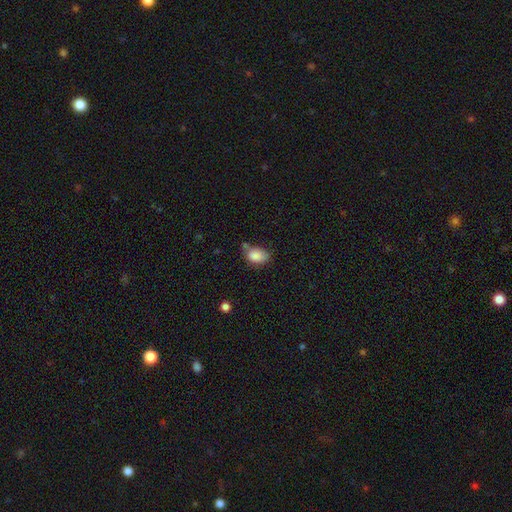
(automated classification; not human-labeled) A smooth galaxy with no disk features (85%) that is in between round and cigar-shaped (82%). Merging: none (48%).